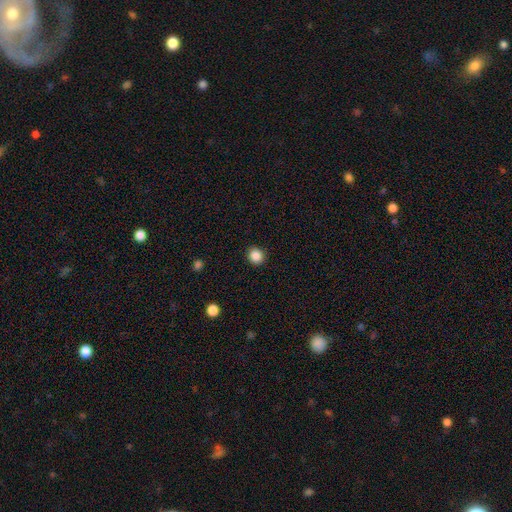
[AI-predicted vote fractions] smooth_or_featured: smooth (p=0.87) [alt: star or artifact p=0.10]
how_rounded: round (p=0.89) [alt: in between p=0.10]
merging: none (p=0.91) [alt: minor disturbance p=0.06]